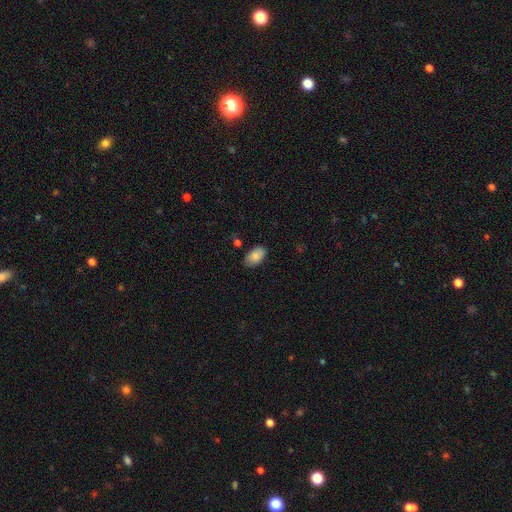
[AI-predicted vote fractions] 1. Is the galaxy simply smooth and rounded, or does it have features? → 81% smooth, 13% featured or disk, 7% star or artifact.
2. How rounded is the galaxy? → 94% in between, 4% round, 2% cigar-shaped.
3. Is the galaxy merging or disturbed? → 81% none, 14% minor disturbance, 2% major disturbance, 2% merger.